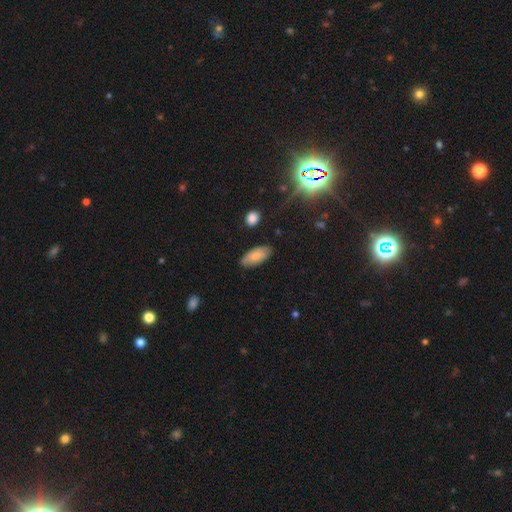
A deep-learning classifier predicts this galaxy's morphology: This appears to be a smooth galaxy with no disk features (79%) that is in between round and cigar-shaped (89%). Merging: none (80%).